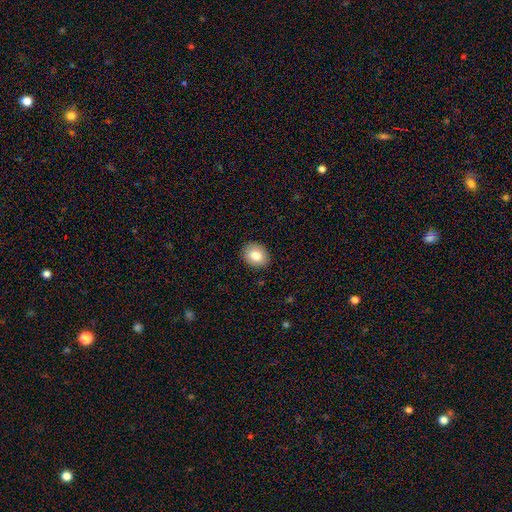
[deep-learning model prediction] smooth_or_featured: smooth (p=0.81) [alt: featured or disk p=0.10]
how_rounded: in between (p=0.53) [alt: round p=0.46]
merging: none (p=0.90) [alt: minor disturbance p=0.07]